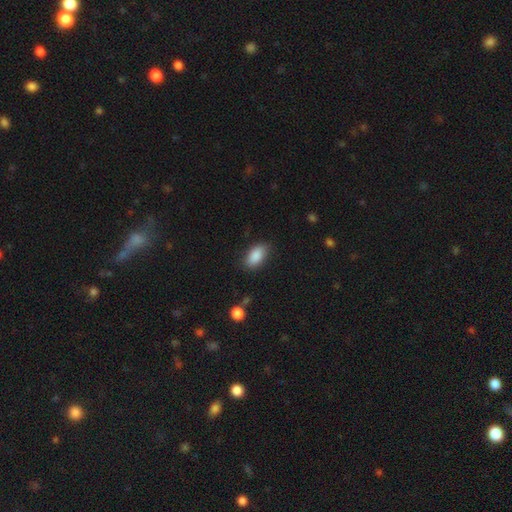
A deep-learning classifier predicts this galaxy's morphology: The model was most divided on "merging": none: 83%, minor disturbance: 13%, major disturbance: 3%, merger: 1%. More confident: how rounded — in between (92%); smooth or featured — smooth (88%).